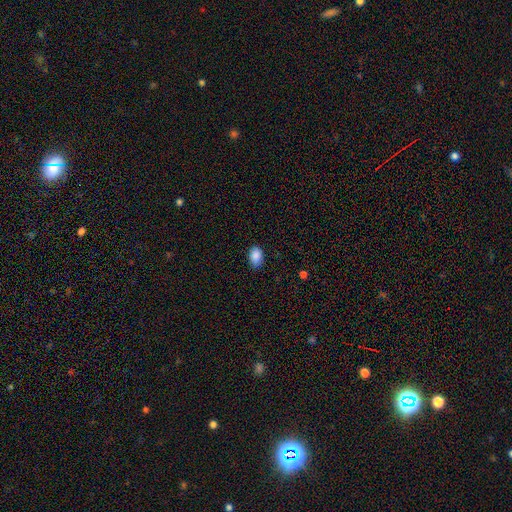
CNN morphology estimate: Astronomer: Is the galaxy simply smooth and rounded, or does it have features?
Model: smooth — 89%.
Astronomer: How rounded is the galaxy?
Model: in between — 85%.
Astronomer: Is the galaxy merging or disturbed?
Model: none — 84%.